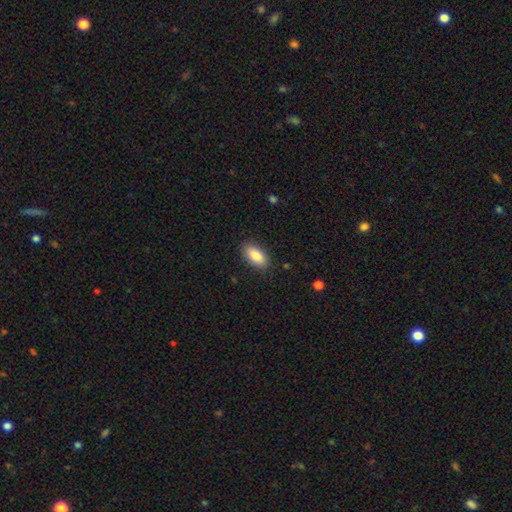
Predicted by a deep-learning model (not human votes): smooth 87%, featured or disk 7%, star or artifact 7%. Down the decision tree: how rounded — in between (91%); merging — none (87%).